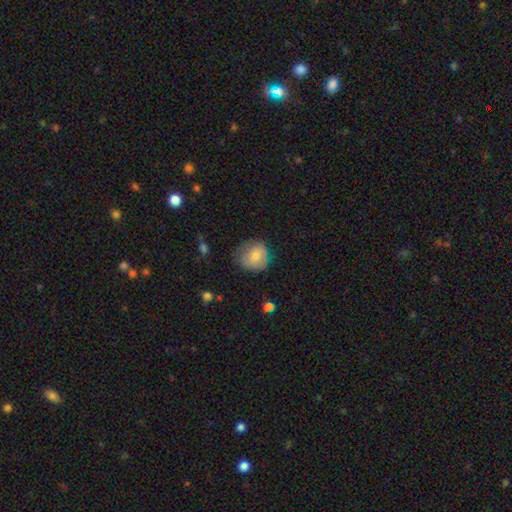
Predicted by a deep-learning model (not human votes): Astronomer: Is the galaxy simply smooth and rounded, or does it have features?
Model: smooth — 68%.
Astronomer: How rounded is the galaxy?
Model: round — 78%.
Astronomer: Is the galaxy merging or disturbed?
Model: none — 64%.